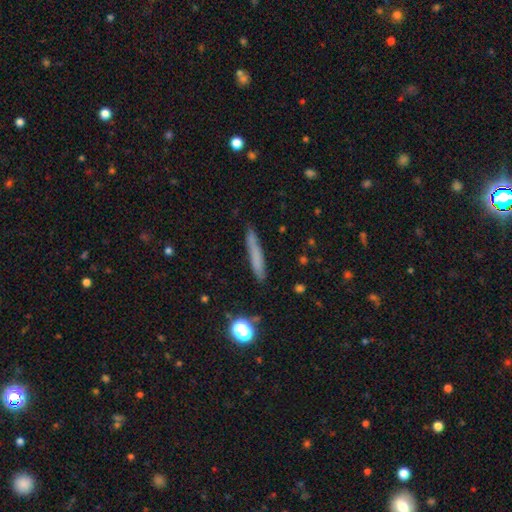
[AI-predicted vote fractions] A smooth galaxy with no disk features (67%) that is cigar-shaped (94%). Merging: none (84%).